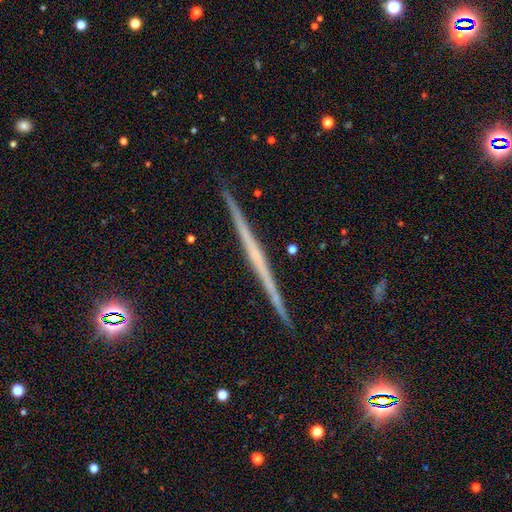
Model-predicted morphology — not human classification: Q: Smooth or featured?
A: featured or disk (70%); runner-up: smooth (21%)
Q: Edge-on disk?
A: yes (98%); runner-up: no (2%)
Q: Edge-on bulge?
A: none (87%); runner-up: rounded (9%)
Q: Merging?
A: none (92%); runner-up: minor disturbance (6%)